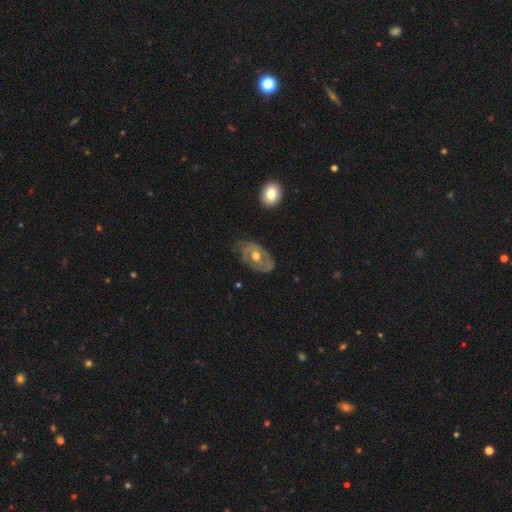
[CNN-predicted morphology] This is likely a featured or disk galaxy (71%). It is clearly not viewed edge-on (94%). Bar: likely no (77%). Spiral arm pattern: possibly yes (58%). Central bulge: likely moderate (78%). Merging: likely none (65%).